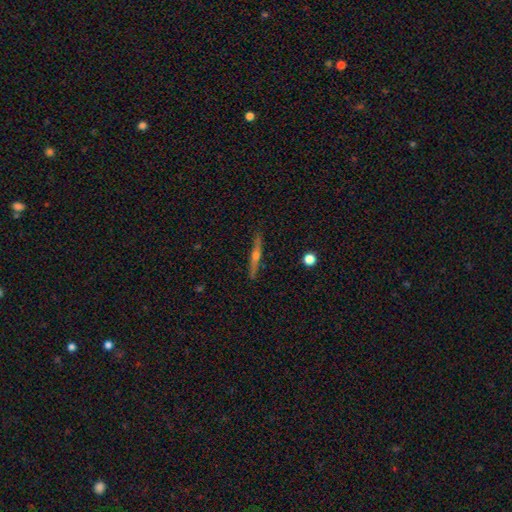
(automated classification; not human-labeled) The model was most divided on "smooth or featured": featured or disk: 72%, smooth: 21%, star or artifact: 7%. More confident: edge-on disk — yes (98%); merging — none (90%); edge-on bulge — rounded (87%).